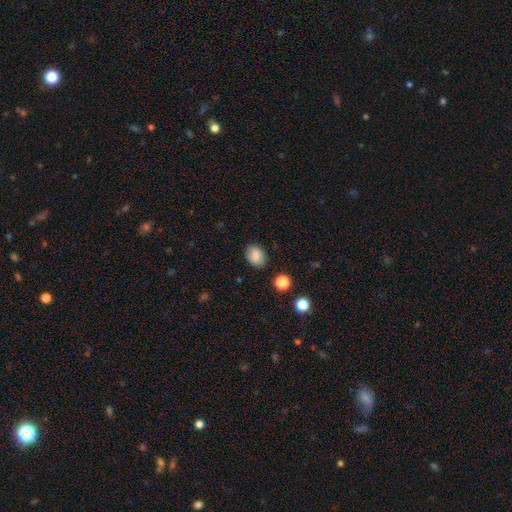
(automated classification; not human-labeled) Smooth or featured? smooth (82%)
How rounded? in between (69%)
Merging? none (85%)